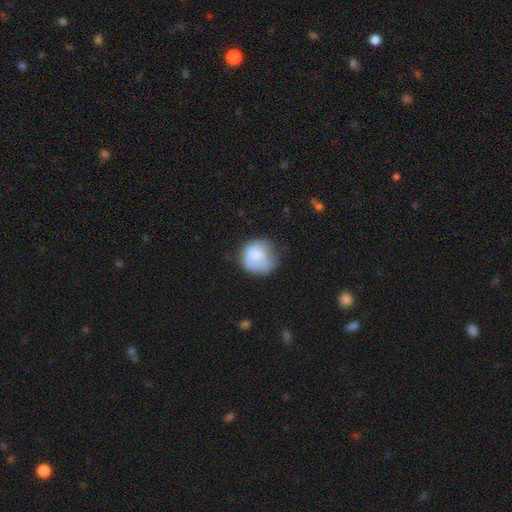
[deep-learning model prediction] smooth-or-featured: smooth: 71% | featured or disk: 22% | star or artifact: 8%
  how-rounded: round: 80% | in between: 19% | cigar-shaped: 1%
  merging: none: 47% | minor disturbance: 31% | major disturbance: 19% | merger: 3%